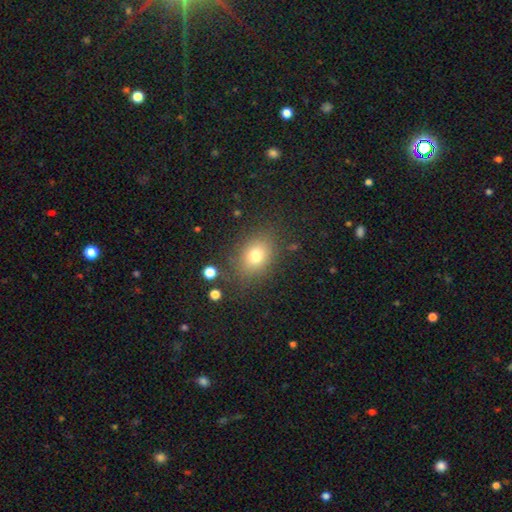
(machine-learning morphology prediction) smooth-or-featured: smooth: 76% | star or artifact: 13% | featured or disk: 10%
  how-rounded: in between: 61% | round: 38% | cigar-shaped: 1%
  merging: none: 80% | minor disturbance: 12% | major disturbance: 5% | merger: 2%